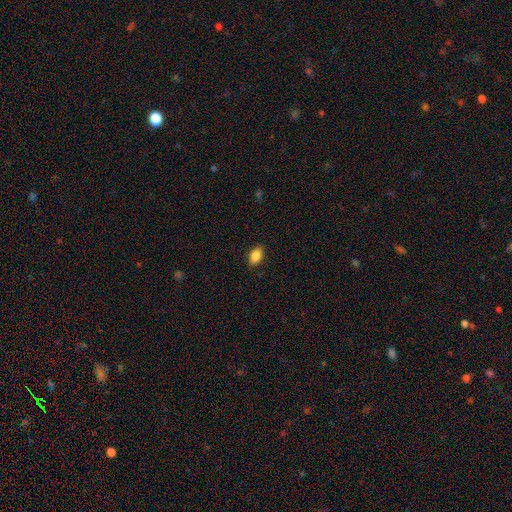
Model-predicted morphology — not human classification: Q: Smooth or featured?
A: smooth (86%); runner-up: star or artifact (8%)
Q: How rounded?
A: in between (88%); runner-up: round (9%)
Q: Merging?
A: none (87%); runner-up: minor disturbance (10%)